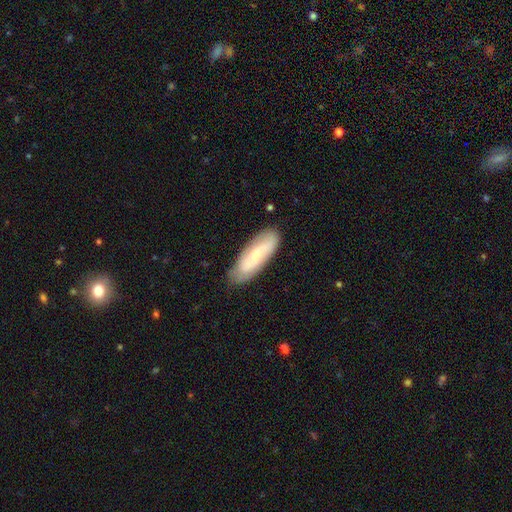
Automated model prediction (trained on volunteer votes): Smooth or featured? Predicted: smooth (p=0.54). How rounded? Predicted: in between (p=0.54). Merging? Predicted: none (p=0.80).